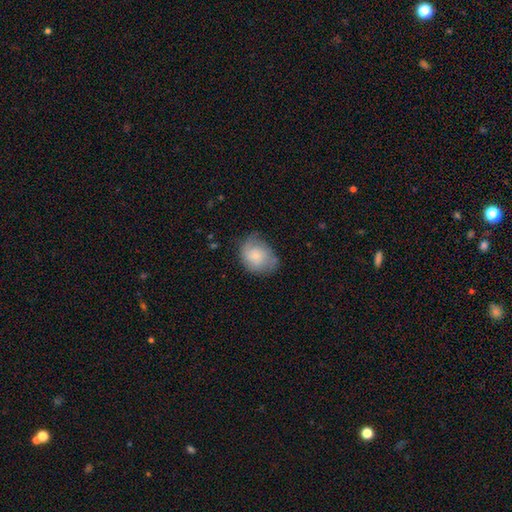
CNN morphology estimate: Smooth or featured: smooth — 66% (featured or disk — 27%)
How rounded: in between — 52% (round — 47%)
Merging: none — 54% (minor disturbance — 32%)